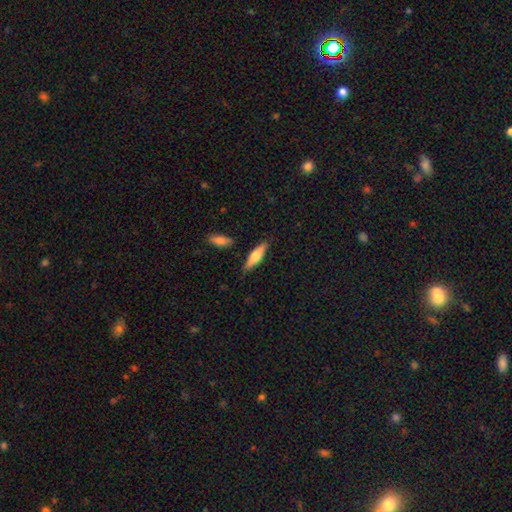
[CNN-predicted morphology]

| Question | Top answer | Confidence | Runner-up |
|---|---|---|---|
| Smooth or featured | smooth | 59% | featured or disk (35%) |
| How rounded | cigar-shaped | 62% | in between (36%) |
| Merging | none | 82% | minor disturbance (12%) |